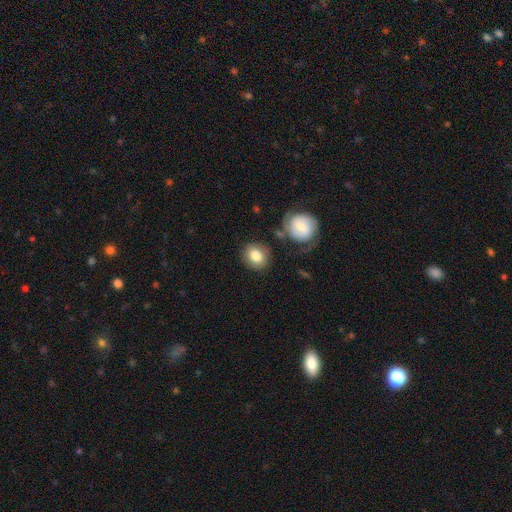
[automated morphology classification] A smooth galaxy with no disk features (81%) that is round (72%). Merging: none (77%).